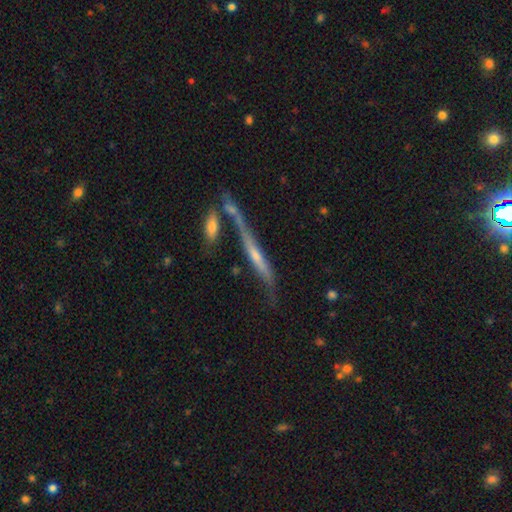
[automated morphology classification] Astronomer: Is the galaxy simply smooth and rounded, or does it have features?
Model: featured or disk — 74%.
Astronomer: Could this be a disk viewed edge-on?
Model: yes — 94%.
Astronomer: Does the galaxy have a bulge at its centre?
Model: rounded — 69%.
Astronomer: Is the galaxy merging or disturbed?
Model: none — 63%.